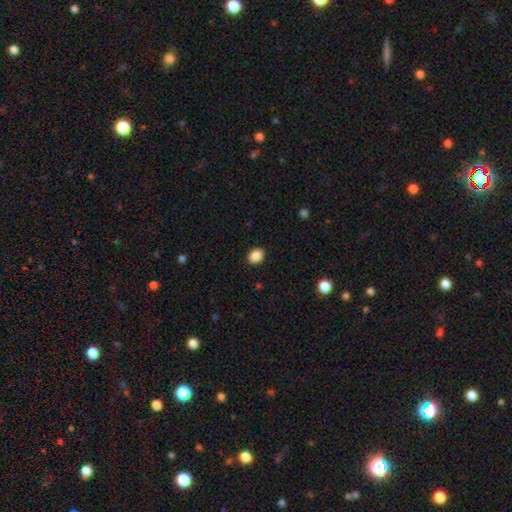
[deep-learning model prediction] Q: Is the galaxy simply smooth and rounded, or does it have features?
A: smooth — 88%.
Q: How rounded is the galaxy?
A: in between — 62%.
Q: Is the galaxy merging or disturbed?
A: none — 90%.